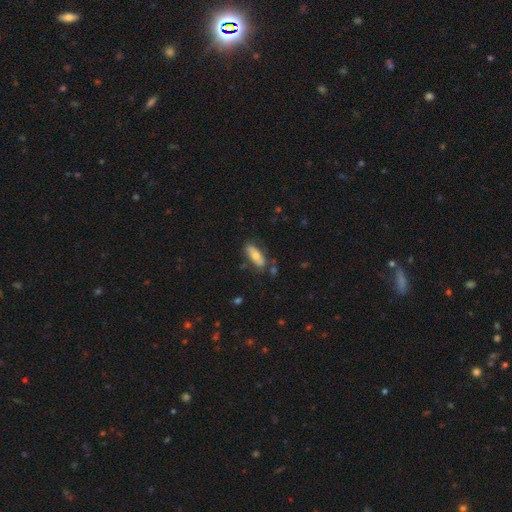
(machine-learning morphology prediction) Smooth or featured?
  - smooth: 64% *
  - featured or disk: 29%
  - star or artifact: 7%
How rounded?
  - in between: 68% *
  - cigar-shaped: 30%
  - round: 2%
Merging?
  - none: 72% *
  - minor disturbance: 18%
  - merger: 6%
  - major disturbance: 5%